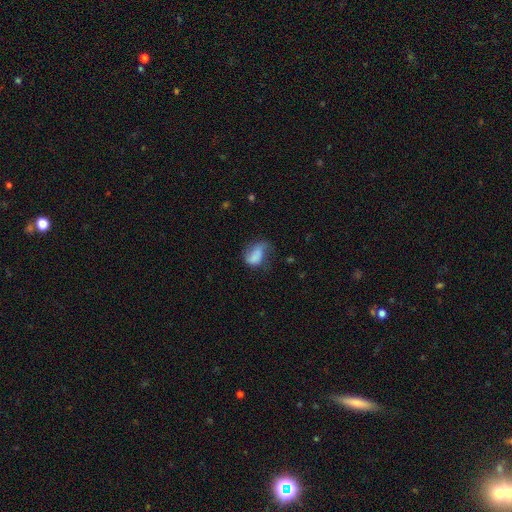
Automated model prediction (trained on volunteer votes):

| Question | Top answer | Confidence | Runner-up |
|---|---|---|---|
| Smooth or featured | smooth | 66% | featured or disk (24%) |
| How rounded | in between | 86% | round (12%) |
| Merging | major disturbance | 34% | minor disturbance (32%) |